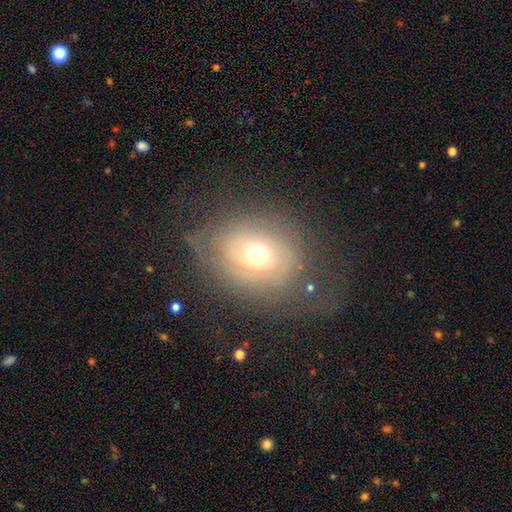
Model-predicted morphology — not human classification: type=featured or disk (51%); edge-on=no (94%); merging=none (57%).